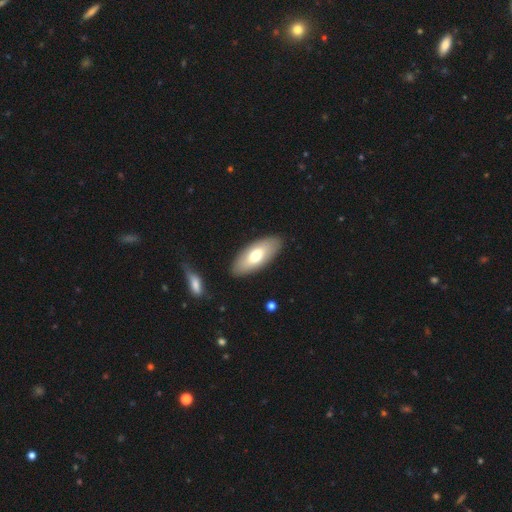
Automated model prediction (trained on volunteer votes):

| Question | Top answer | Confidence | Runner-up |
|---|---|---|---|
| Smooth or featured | smooth | 68% | featured or disk (26%) |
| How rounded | in between | 86% | cigar-shaped (12%) |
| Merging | none | 87% | minor disturbance (9%) |